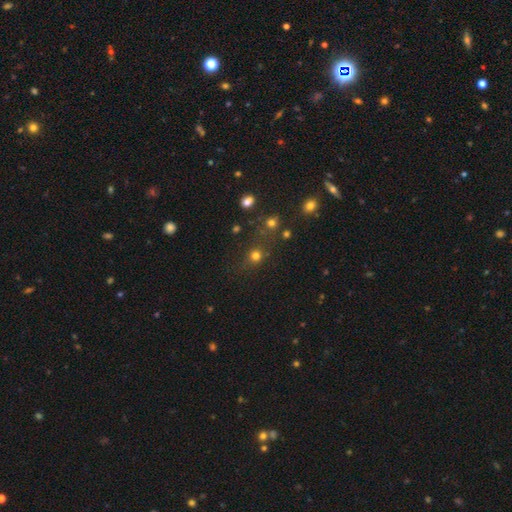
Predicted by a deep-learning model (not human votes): Smooth or featured? smooth (71%)
How rounded? round (87%)
Merging? none (71%)